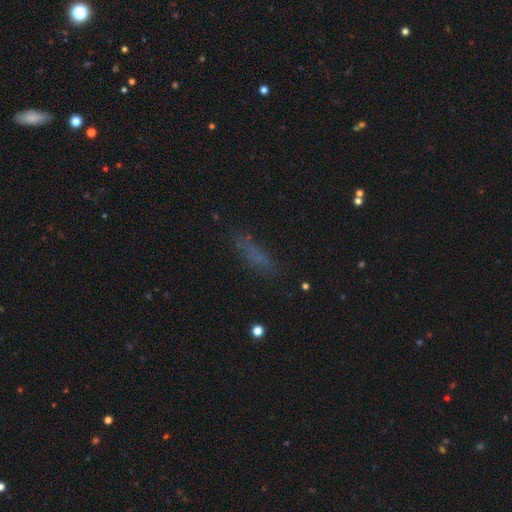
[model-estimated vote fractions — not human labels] Overall: smooth (62%). How rounded: cigar-shaped (61%; in between 35%). Merging: none (68%).